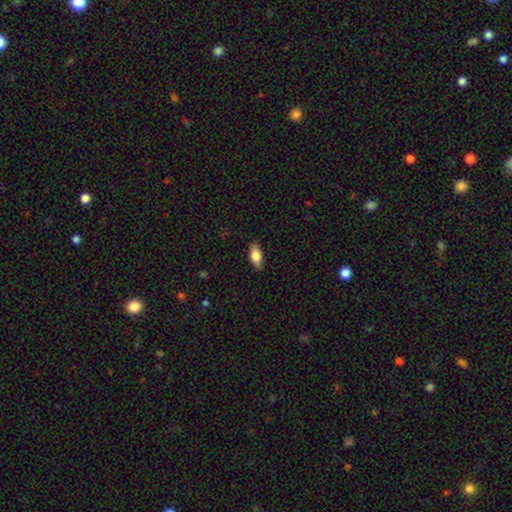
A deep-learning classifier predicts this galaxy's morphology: Smooth or featured?
  - smooth: 80% *
  - featured or disk: 13%
  - star or artifact: 7%
How rounded?
  - in between: 85% *
  - cigar-shaped: 12%
  - round: 3%
Merging?
  - none: 84% *
  - minor disturbance: 12%
  - major disturbance: 2%
  - merger: 1%